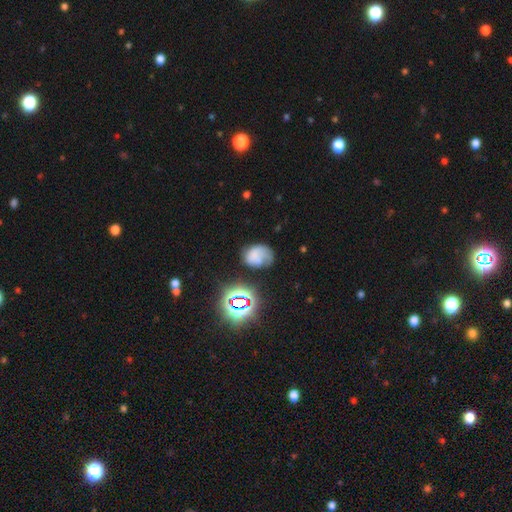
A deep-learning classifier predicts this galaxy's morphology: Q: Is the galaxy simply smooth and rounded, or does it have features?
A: smooth — 52%.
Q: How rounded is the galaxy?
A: in between — 54%.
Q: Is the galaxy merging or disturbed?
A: none — 41%.